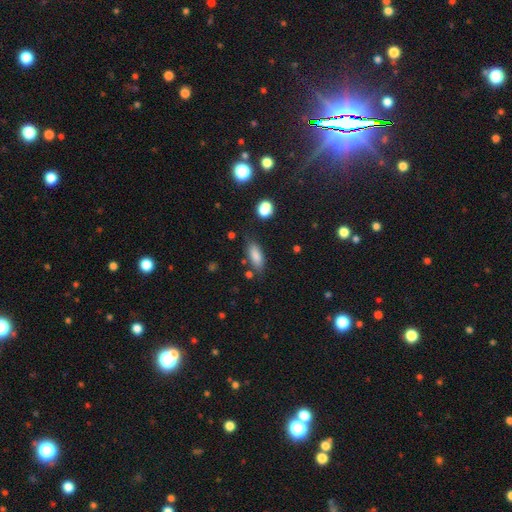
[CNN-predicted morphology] The model was most divided on "how rounded": in between: 75%, cigar-shaped: 22%, round: 3%. More confident: smooth or featured — smooth (83%); merging — none (73%).